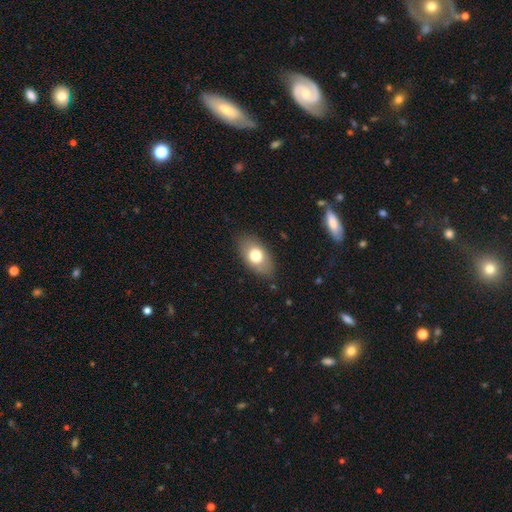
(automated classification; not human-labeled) Smooth or featured?
  - smooth: 72% *
  - featured or disk: 20%
  - star or artifact: 7%
How rounded?
  - in between: 89% *
  - round: 9%
  - cigar-shaped: 2%
Merging?
  - none: 82% *
  - minor disturbance: 13%
  - major disturbance: 3%
  - merger: 1%